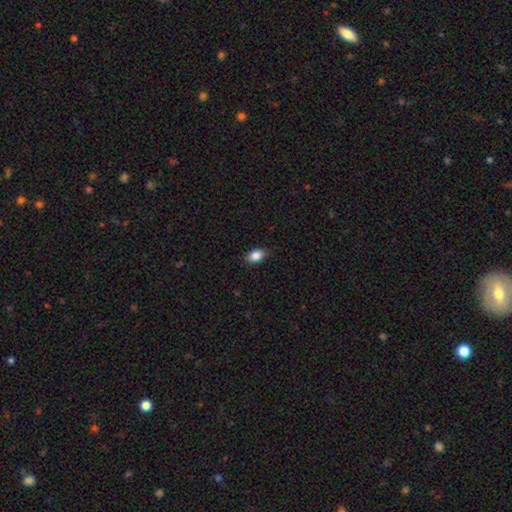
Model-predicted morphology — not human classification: Smooth or featured? Predicted: smooth (p=0.87). How rounded? Predicted: in between (p=0.84). Merging? Predicted: none (p=0.86).